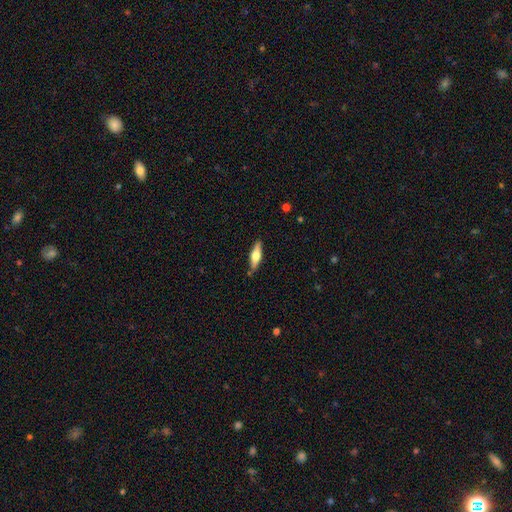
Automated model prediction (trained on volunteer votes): A featured or disk galaxy (50%). Merging: none (84%).